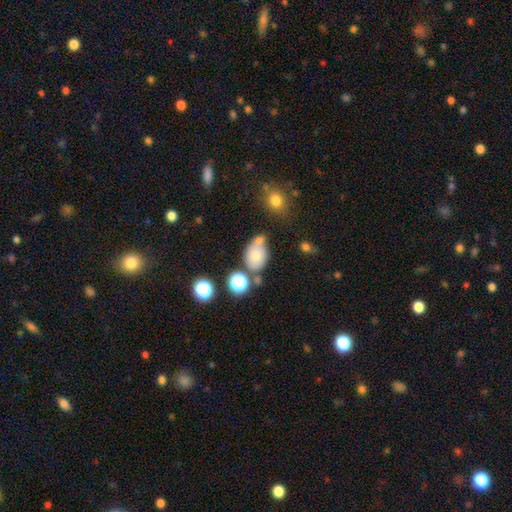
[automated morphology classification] Smooth or featured? Predicted: smooth (p=0.67). How rounded? Predicted: in between (p=0.71). Merging? Predicted: none (p=0.49).